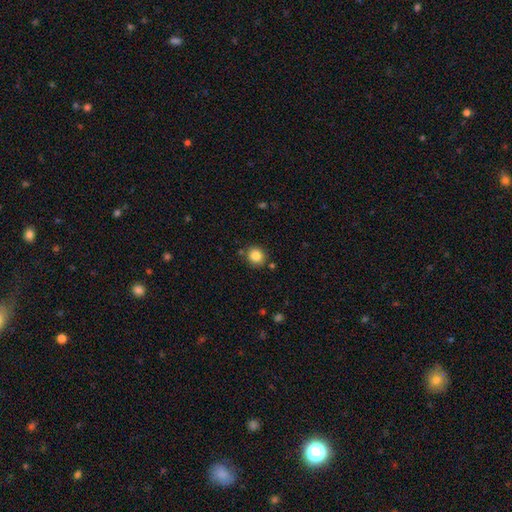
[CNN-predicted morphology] smooth-or-featured: smooth: 83% | star or artifact: 10% | featured or disk: 6%
  how-rounded: round: 86% | in between: 13% | cigar-shaped: 1%
  merging: none: 84% | minor disturbance: 9% | merger: 5% | major disturbance: 2%